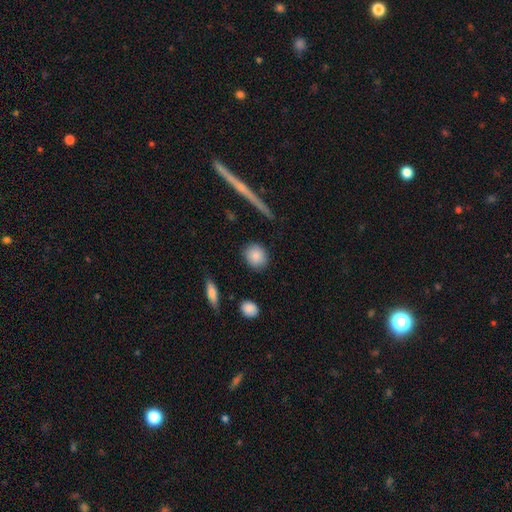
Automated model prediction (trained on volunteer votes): A smooth galaxy with no disk features (87%) that is round (77%).

Vote fractions:
- Smooth or featured? smooth: 87% / star or artifact: 7% / featured or disk: 6%
- How rounded? round: 77% / in between: 21% / cigar-shaped: 2%
- Merging? none: 88% / minor disturbance: 8% / major disturbance: 2% / merger: 2%